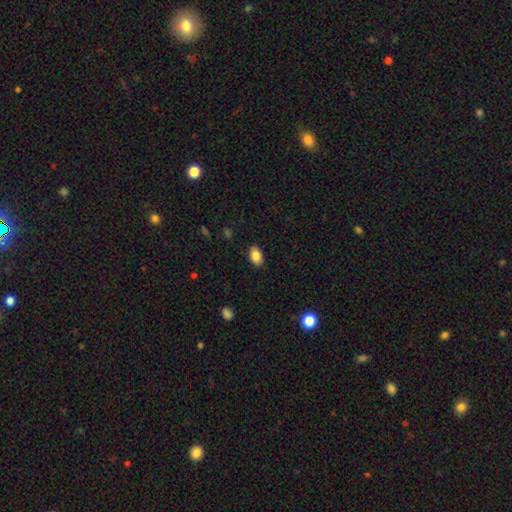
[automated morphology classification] smooth 85%, star or artifact 8%, featured or disk 7%. Down the decision tree: how rounded — in between (89%); merging — none (87%).